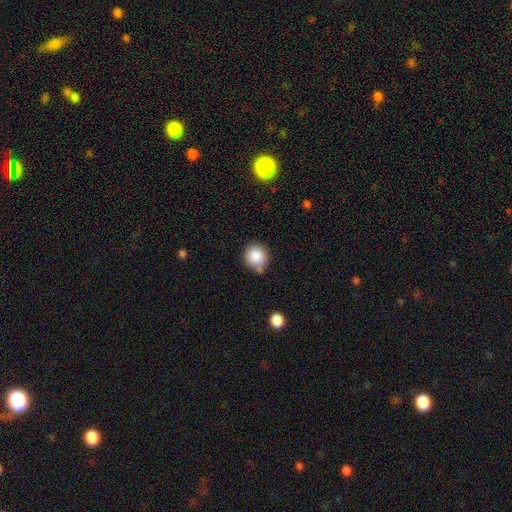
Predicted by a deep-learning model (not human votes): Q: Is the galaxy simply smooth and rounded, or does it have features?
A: smooth — 86%.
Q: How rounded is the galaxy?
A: round — 89%.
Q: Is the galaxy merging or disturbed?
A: none — 72%.